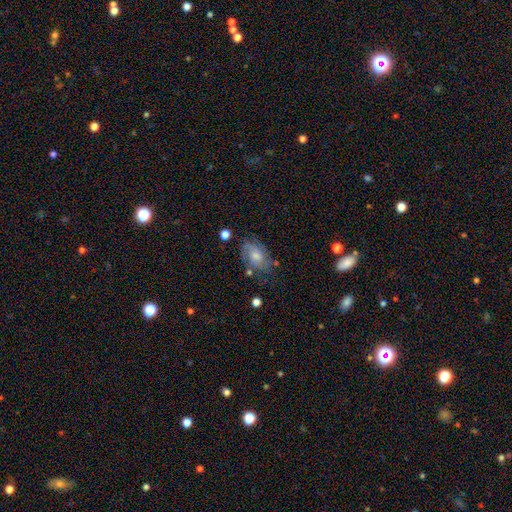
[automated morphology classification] Smooth or featured: featured or disk — 48% (smooth — 44%)
Merging: none — 59% (minor disturbance — 25%)